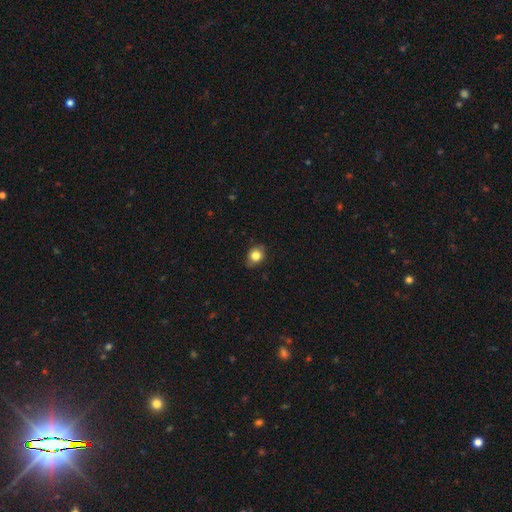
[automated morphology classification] This is clearly a smooth galaxy (82%). How rounded: possibly round (58%). Merging: likely none (80%).